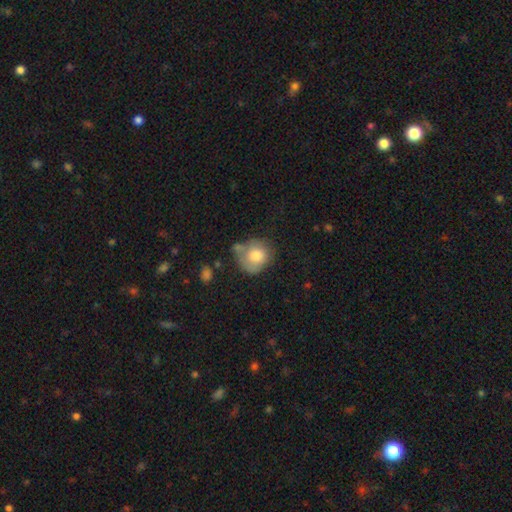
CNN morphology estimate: Overall: smooth (77%). How rounded: round (81%). Merging: none (48%; minor disturbance 27%).